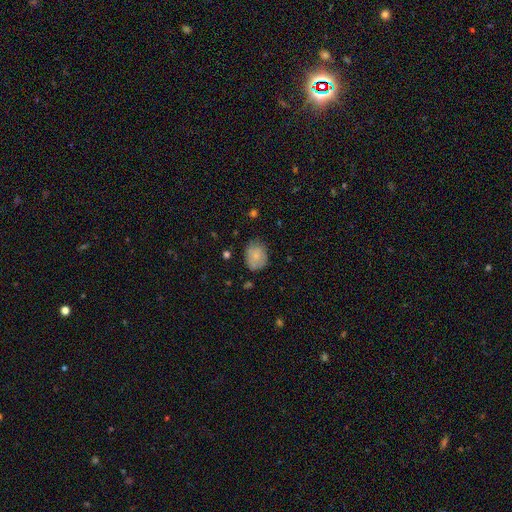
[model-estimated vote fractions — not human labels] A smooth galaxy with no disk features (76%) that is in between round and cigar-shaped (51%). Merging: none (68%).